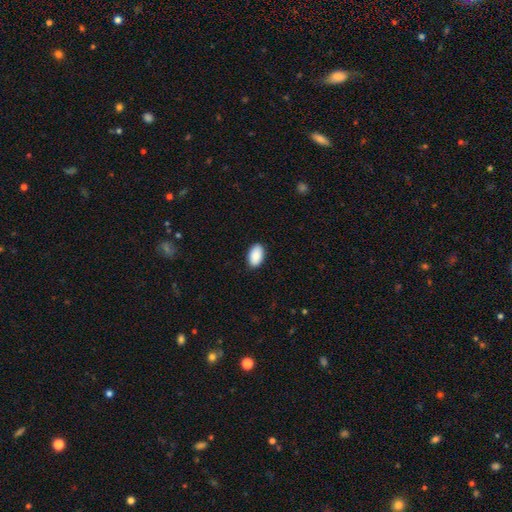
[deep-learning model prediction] This appears to be a smooth galaxy with no disk features (91%) that is in between round and cigar-shaped (94%). Merging: none (89%).